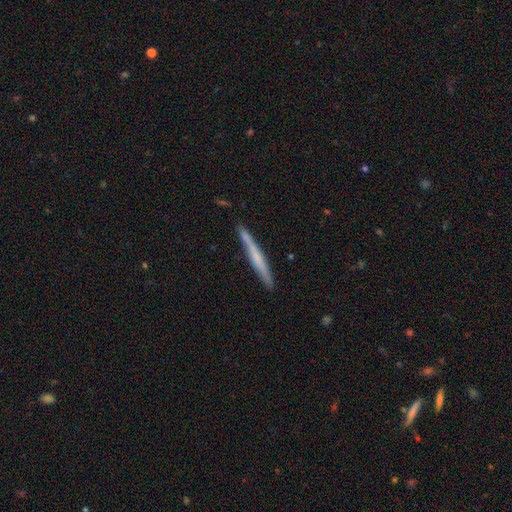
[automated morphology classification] A featured or disk galaxy (52%) viewed edge-on (97%) with no central bulge (62%). Merging: none (87%).